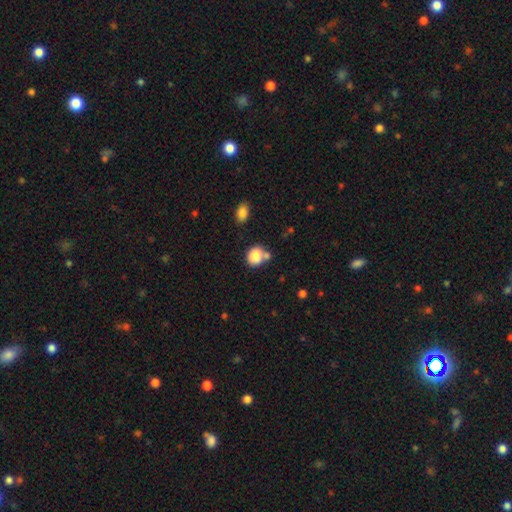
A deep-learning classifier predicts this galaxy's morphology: The model was most divided on "merging": none: 55%, merger: 26%, minor disturbance: 14%, major disturbance: 5%. More confident: smooth or featured — smooth (85%); how rounded — round (68%).